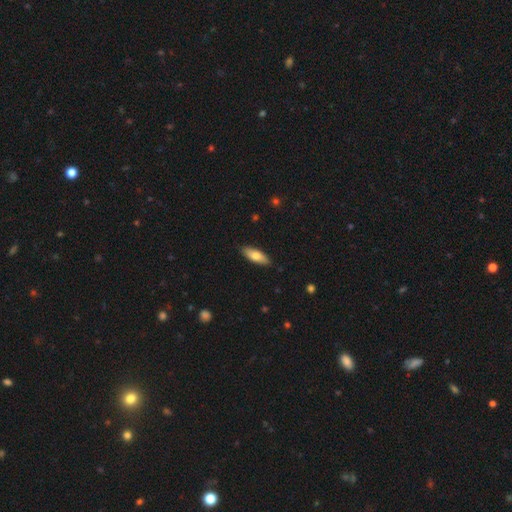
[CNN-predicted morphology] A smooth galaxy with no disk features (76%) that is in between round and cigar-shaped (68%). Merging: none (87%).